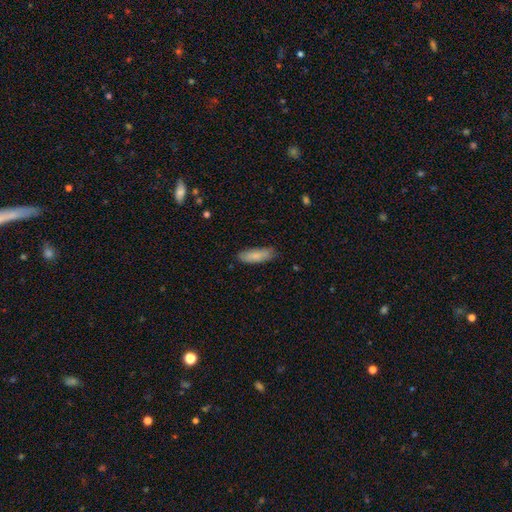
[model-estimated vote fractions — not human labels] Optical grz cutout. It shows a smooth galaxy with no disk features (83%) that is in between round and cigar-shaped (53%). Merging: none (79%).